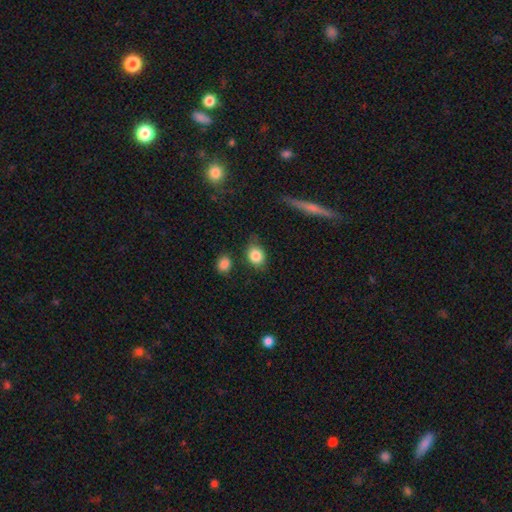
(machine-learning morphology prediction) smooth_or_featured: smooth (p=0.85) [alt: star or artifact p=0.08]
how_rounded: round (p=0.53) [alt: in between p=0.45]
merging: none (p=0.67) [alt: minor disturbance p=0.20]